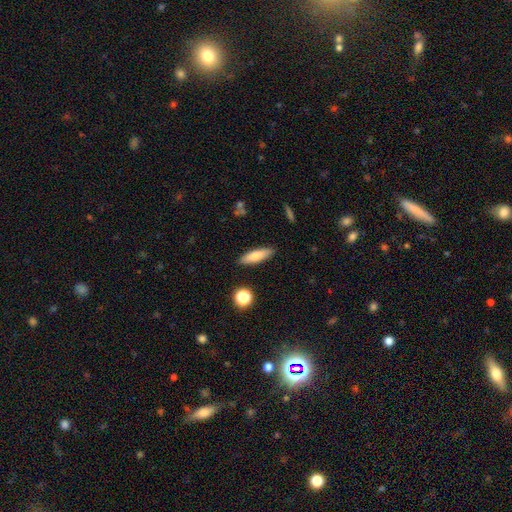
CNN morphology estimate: Smooth or featured?
  - smooth: 76% *
  - featured or disk: 17%
  - star or artifact: 7%
How rounded?
  - cigar-shaped: 60% *
  - in between: 38%
  - round: 2%
Merging?
  - none: 88% *
  - minor disturbance: 8%
  - major disturbance: 2%
  - merger: 2%